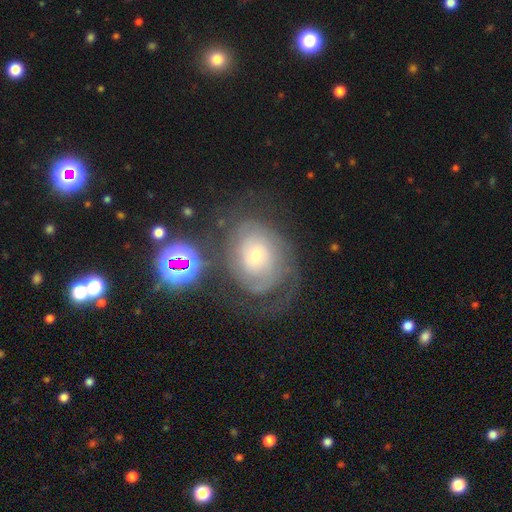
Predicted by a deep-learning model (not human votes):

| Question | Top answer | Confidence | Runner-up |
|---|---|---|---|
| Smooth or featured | featured or disk | 70% | smooth (19%) |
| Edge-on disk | no | 96% | yes (4%) |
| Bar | no | 79% | weak (17%) |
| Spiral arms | yes | 84% | no (16%) |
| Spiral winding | tight | 66% | medium (24%) |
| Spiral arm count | can't tell | 48% | 2 (25%) |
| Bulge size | small | 58% | moderate (36%) |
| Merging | none | 56% | major disturbance (21%) |